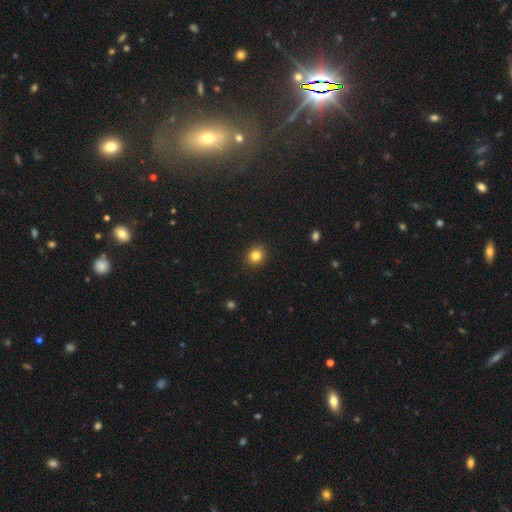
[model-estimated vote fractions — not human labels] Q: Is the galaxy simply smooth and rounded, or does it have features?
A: smooth — 83%.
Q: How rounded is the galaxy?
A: round — 81%.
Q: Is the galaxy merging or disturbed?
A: none — 91%.